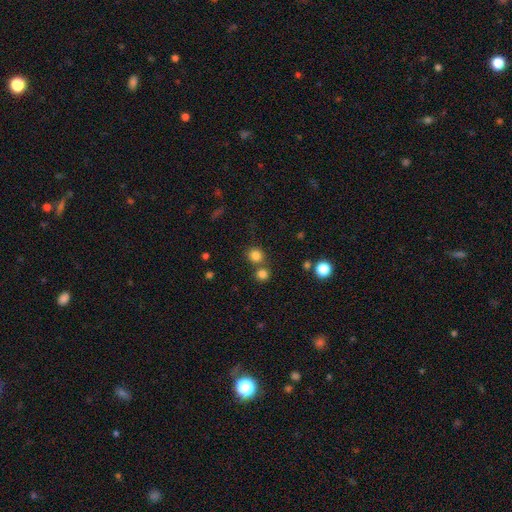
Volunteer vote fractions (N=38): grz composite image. It shows a smooth galaxy with no disk features (92%) that is round (86%). Merging: none (44%).